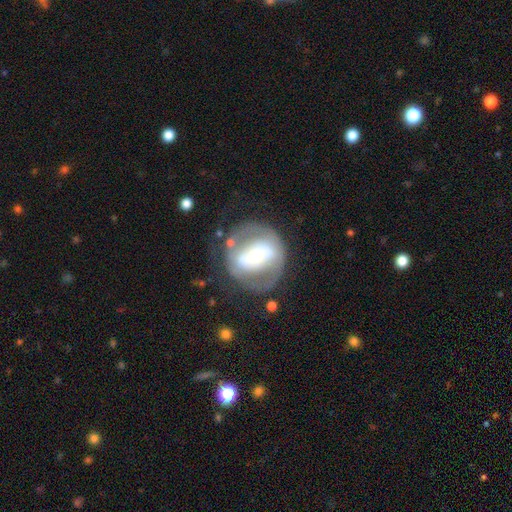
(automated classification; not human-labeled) Smooth or featured: featured or disk — 63% (smooth — 30%)
Edge-on disk: no — 95% (yes — 5%)
Bar: no — 46% (strong — 28%)
Spiral arms: no — 67% (yes — 33%)
Bulge size: moderate — 57% (small — 28%)
Merging: none — 65% (minor disturbance — 16%)